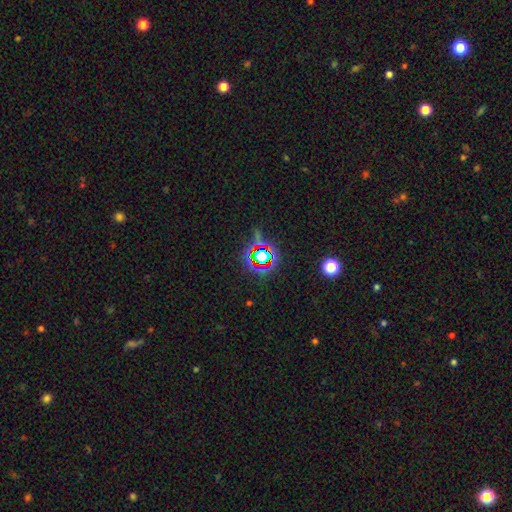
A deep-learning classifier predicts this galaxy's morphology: The model was most divided on "smooth or featured": star or artifact: 72%, smooth: 17%, featured or disk: 11%.